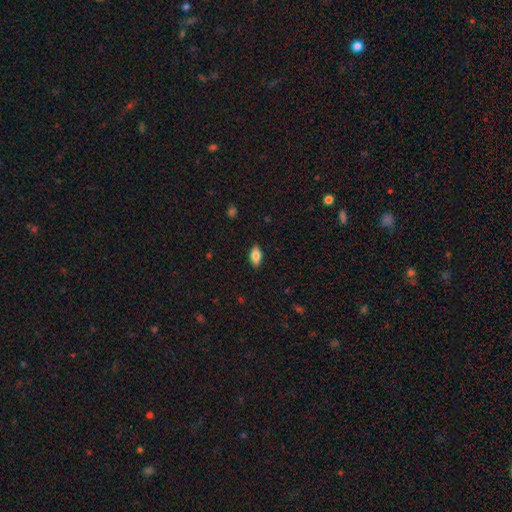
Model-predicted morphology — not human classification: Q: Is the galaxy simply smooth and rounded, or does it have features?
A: smooth — 77%.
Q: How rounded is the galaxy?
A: in between — 88%.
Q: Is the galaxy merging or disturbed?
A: none — 87%.